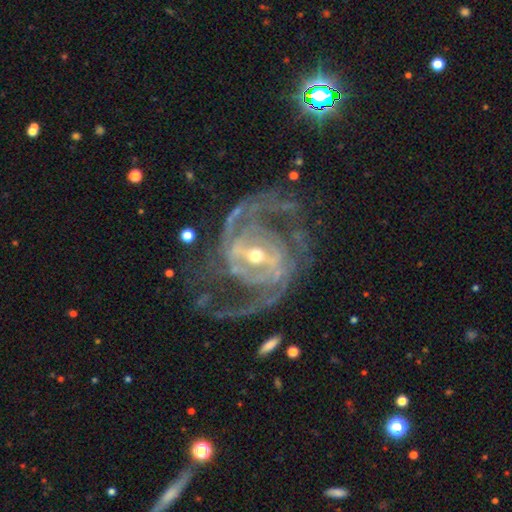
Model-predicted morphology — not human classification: featured or disk 92%, star or artifact 5%, smooth 3%. Down the decision tree: edge-on disk — no (97%); bar — strong (50%); spiral arms — yes (96%); spiral arm count — 2 (58%); spiral winding — medium (48%); bulge size — small (52%); merging — none (60%).